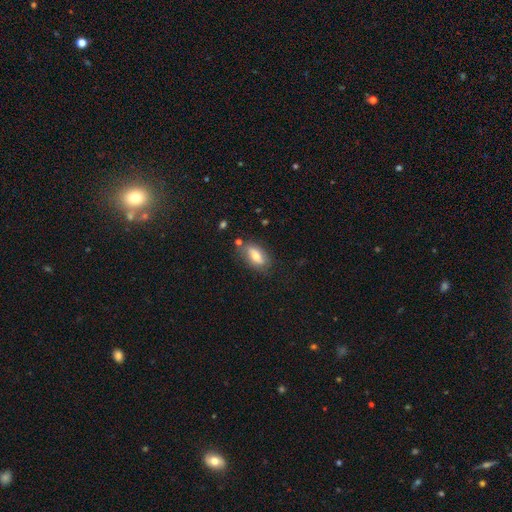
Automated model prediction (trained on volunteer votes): Smooth or featured: smooth — 67% (featured or disk — 25%)
How rounded: in between — 85% (cigar-shaped — 11%)
Merging: none — 73% (minor disturbance — 18%)